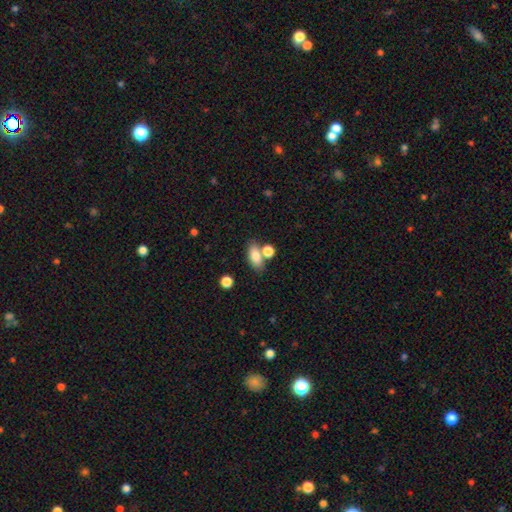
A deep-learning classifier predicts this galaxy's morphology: Smooth or featured? smooth (81%)
How rounded? in between (81%)
Merging? none (59%)